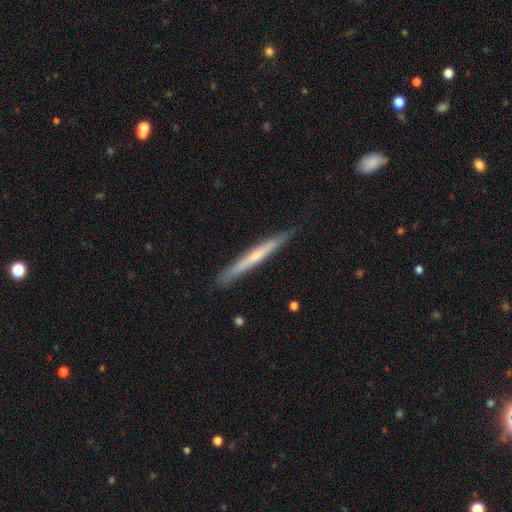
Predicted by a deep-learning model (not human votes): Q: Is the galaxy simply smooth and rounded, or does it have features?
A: featured or disk — 53%.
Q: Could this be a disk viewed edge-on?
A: yes — 96%.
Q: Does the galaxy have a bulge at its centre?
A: none — 54%.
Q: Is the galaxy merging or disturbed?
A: none — 87%.